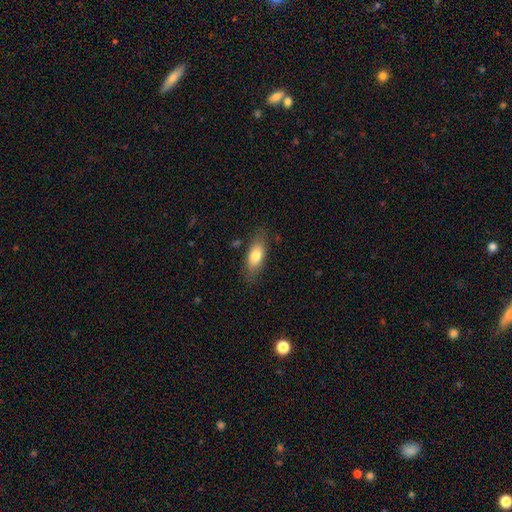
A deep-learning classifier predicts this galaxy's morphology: Q: Smooth or featured?
A: smooth (76%); runner-up: featured or disk (18%)
Q: How rounded?
A: in between (82%); runner-up: cigar-shaped (14%)
Q: Merging?
A: none (79%); runner-up: minor disturbance (15%)